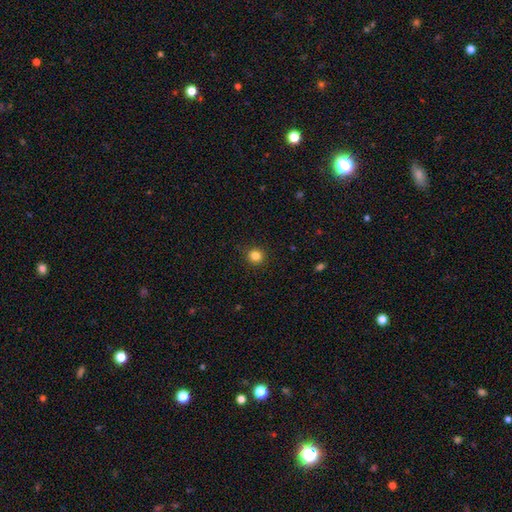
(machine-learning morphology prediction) This is clearly a smooth galaxy (83%). How rounded: clearly round (90%). Merging: clearly none (90%).